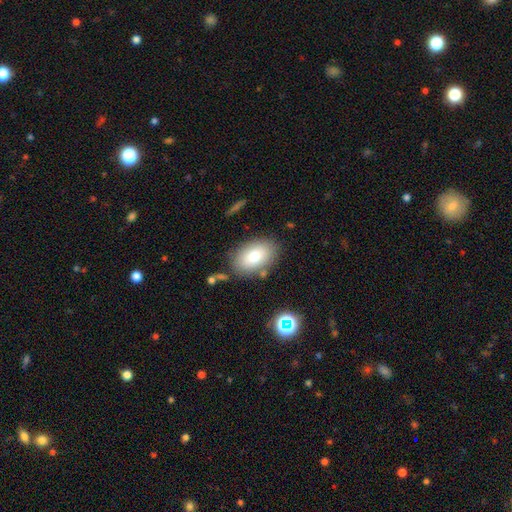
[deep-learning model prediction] Smooth or featured? smooth (75%)
How rounded? in between (89%)
Merging? none (81%)